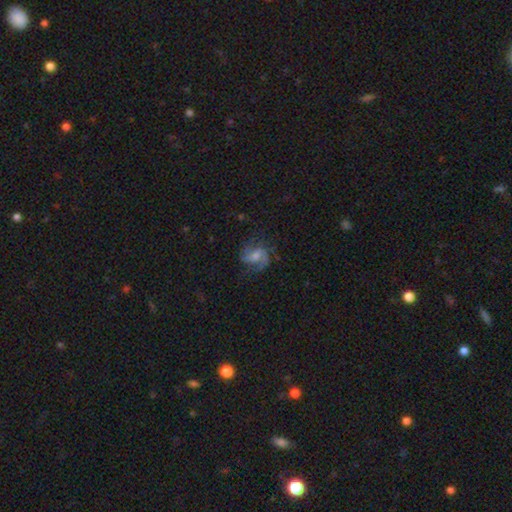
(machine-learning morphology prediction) Smooth or featured? featured or disk (74%)
Edge-on disk? no (97%)
Bar? weak (48%)
Spiral arms? yes (93%)
Spiral winding? medium (50%)
Spiral arm count? 2 (68%)
Bulge size? moderate (42%)
Merging? none (64%)